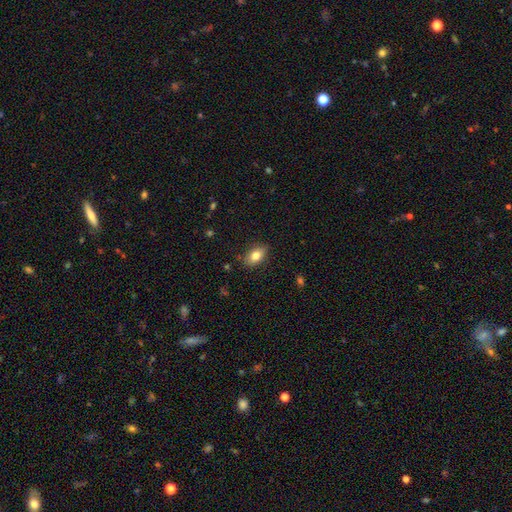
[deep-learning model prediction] The model was most divided on "smooth or featured": smooth: 80%, featured or disk: 12%, star or artifact: 8%. More confident: how rounded — in between (87%); merging — none (85%).